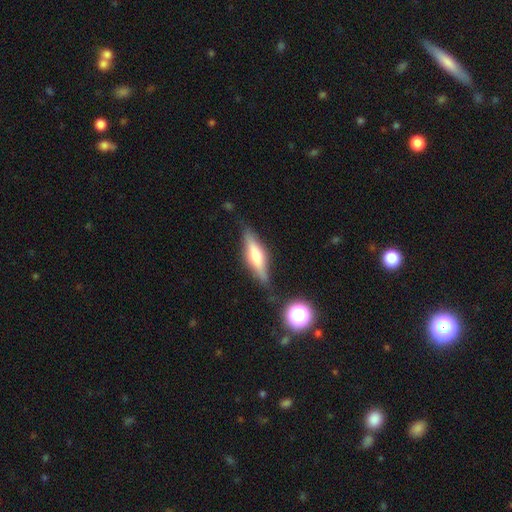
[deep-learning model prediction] A featured or disk galaxy (56%) viewed edge-on (93%) with a rounded central bulge (82%).

Vote fractions:
- Smooth or featured? featured or disk: 56% / smooth: 36% / star or artifact: 7%
- Edge-on disk? yes: 93% / no: 7%
- Edge-on bulge? rounded: 82% / boxy: 13% / none: 5%
- Merging? none: 79% / minor disturbance: 14% / major disturbance: 4% / merger: 4%